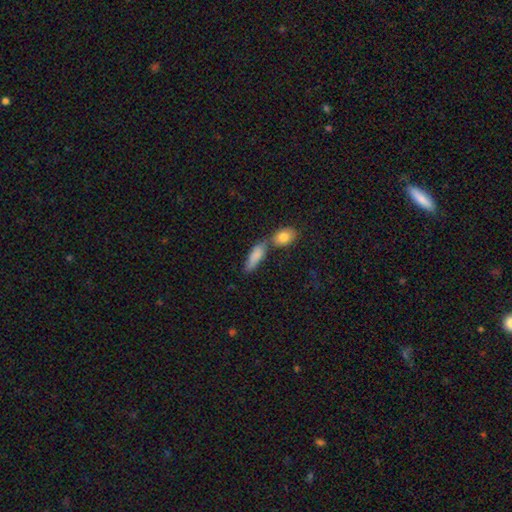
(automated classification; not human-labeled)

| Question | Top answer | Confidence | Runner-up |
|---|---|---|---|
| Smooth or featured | smooth | 82% | featured or disk (11%) |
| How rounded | in between | 57% | cigar-shaped (39%) |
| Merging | none | 44% | merger (36%) |